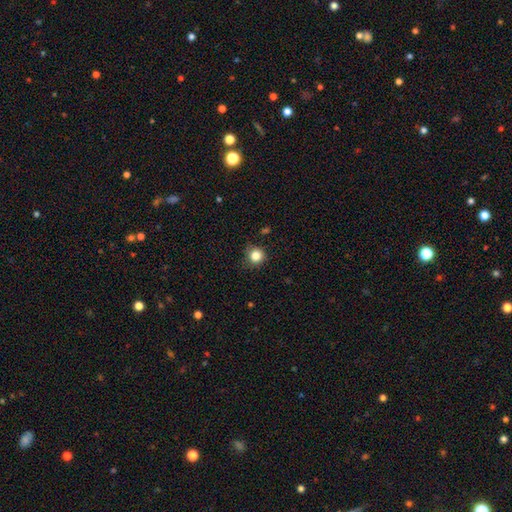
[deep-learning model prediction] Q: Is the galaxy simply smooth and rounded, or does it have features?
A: smooth — 83%.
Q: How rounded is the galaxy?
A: round — 92%.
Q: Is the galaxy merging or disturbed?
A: none — 83%.